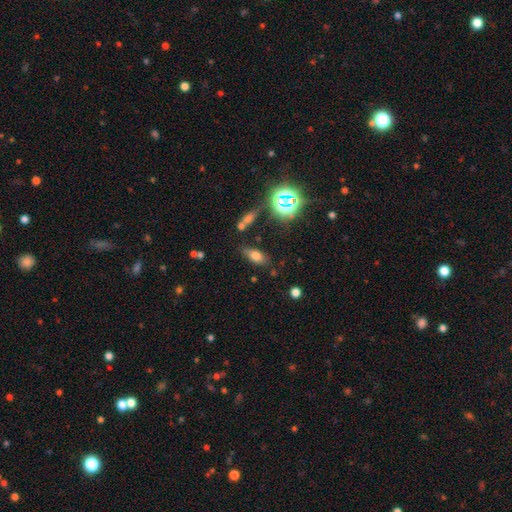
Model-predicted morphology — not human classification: This appears to be a smooth galaxy with no disk features (65%) that is in between round and cigar-shaped (81%). Merging: none (72%).